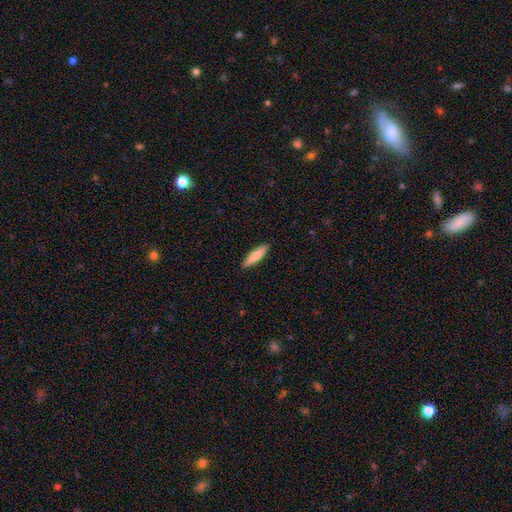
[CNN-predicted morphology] Overall: smooth (77%). How rounded: cigar-shaped (79%). Merging: none (91%).